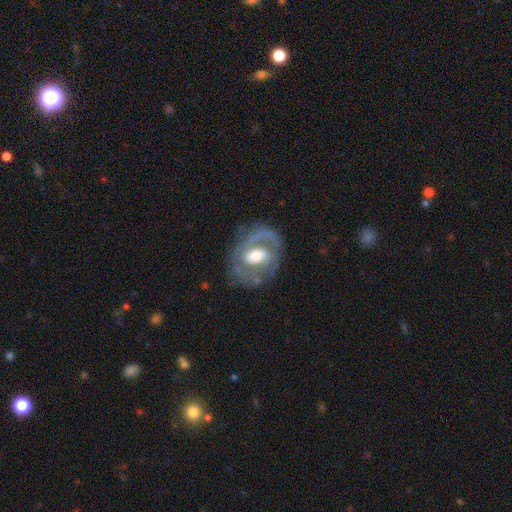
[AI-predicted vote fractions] smooth_or_featured: featured or disk (p=0.71) [alt: smooth p=0.23]
disk_edge_on: no (p=0.96) [alt: yes p=0.04]
bar: weak (p=0.40) [alt: no p=0.39]
has_spiral_arms: yes (p=0.63) [alt: no p=0.37]
bulge_size: moderate (p=0.60) [alt: large p=0.24]
merging: none (p=0.65) [alt: minor disturbance p=0.19]